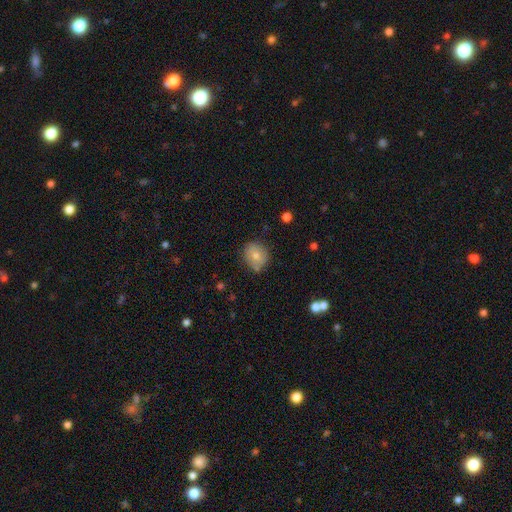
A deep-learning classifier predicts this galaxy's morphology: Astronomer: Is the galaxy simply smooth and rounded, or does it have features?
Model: smooth — 70%.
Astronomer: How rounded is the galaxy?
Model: round — 74%.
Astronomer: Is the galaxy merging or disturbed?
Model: none — 75%.